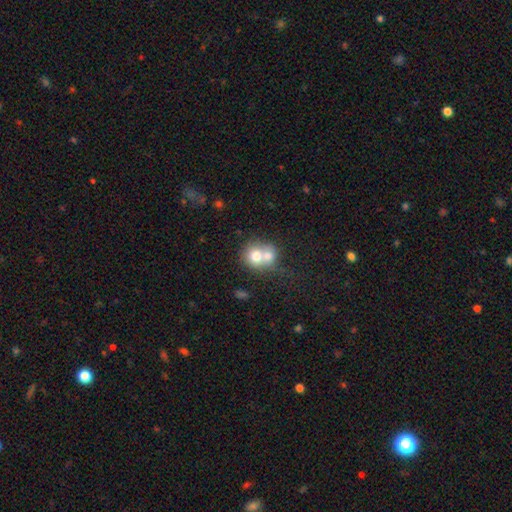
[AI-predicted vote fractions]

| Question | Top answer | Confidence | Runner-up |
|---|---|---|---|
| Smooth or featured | smooth | 69% | featured or disk (22%) |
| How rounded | round | 76% | in between (23%) |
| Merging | merger | 66% | none (25%) |